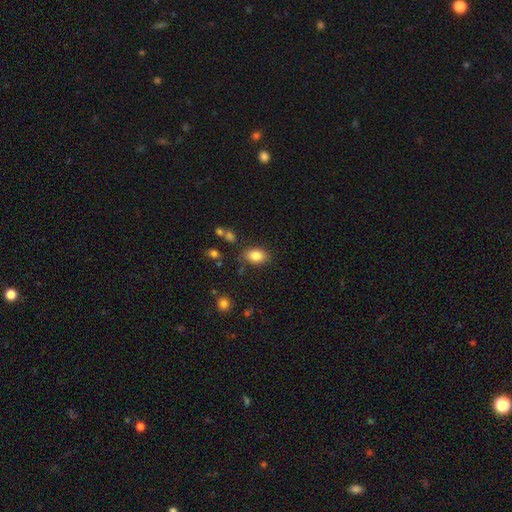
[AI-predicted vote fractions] Overall: smooth (85%). How rounded: in between (84%). Merging: none (81%).